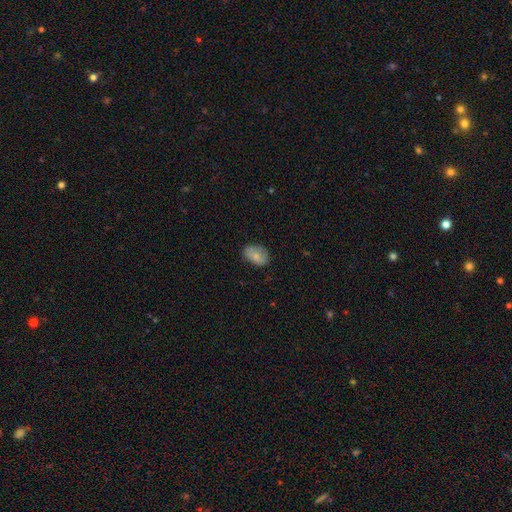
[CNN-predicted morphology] Smooth or featured? smooth (77%)
How rounded? in between (82%)
Merging? none (71%)